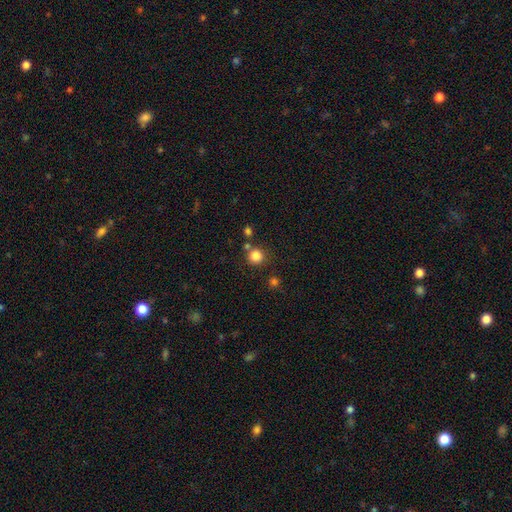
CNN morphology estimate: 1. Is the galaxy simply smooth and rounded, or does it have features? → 84% smooth, 12% star or artifact, 4% featured or disk.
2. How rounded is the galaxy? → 93% round, 6% in between, 1% cigar-shaped.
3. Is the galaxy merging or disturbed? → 77% none, 11% merger, 8% minor disturbance, 3% major disturbance.